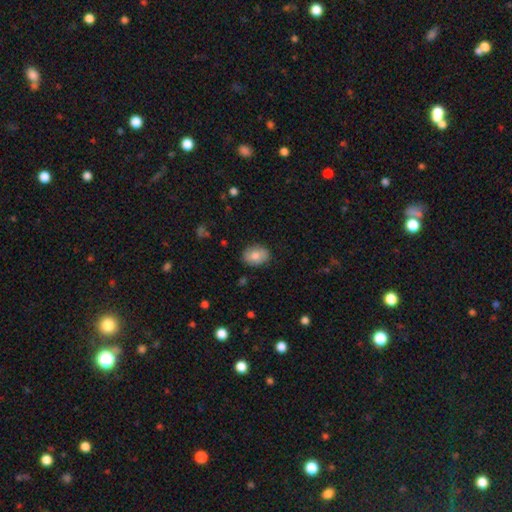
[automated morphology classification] Overall: smooth (75%). How rounded: in between (69%; round 30%). Merging: none (85%).